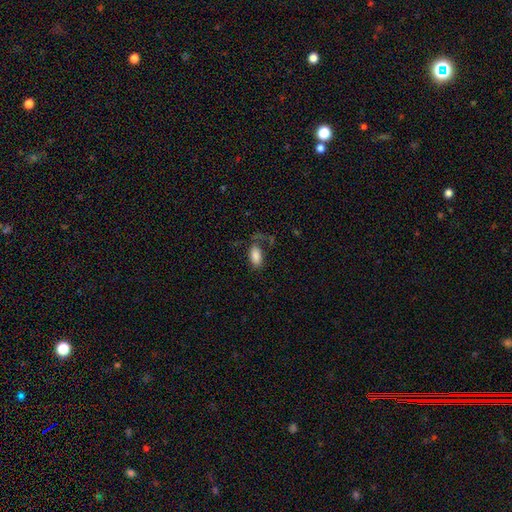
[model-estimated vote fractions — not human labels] smooth-or-featured: smooth: 85% | star or artifact: 8% | featured or disk: 7%
  how-rounded: in between: 94% | cigar-shaped: 4% | round: 3%
  merging: none: 58% | major disturbance: 19% | minor disturbance: 18% | merger: 6%